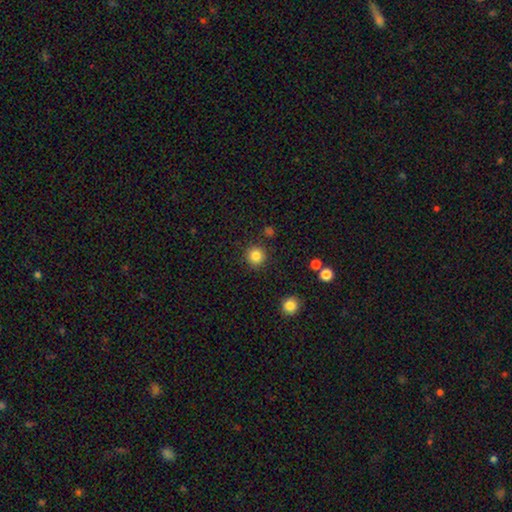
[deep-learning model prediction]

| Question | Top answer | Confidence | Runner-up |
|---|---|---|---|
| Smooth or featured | smooth | 84% | star or artifact (11%) |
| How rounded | round | 94% | in between (5%) |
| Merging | none | 90% | minor disturbance (6%) |